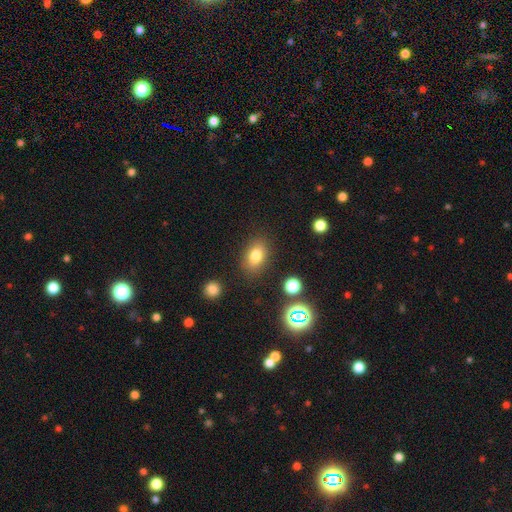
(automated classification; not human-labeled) Smooth or featured?
  - smooth: 79% *
  - star or artifact: 12%
  - featured or disk: 10%
How rounded?
  - in between: 78% *
  - round: 20%
  - cigar-shaped: 2%
Merging?
  - none: 83% *
  - minor disturbance: 11%
  - major disturbance: 4%
  - merger: 2%